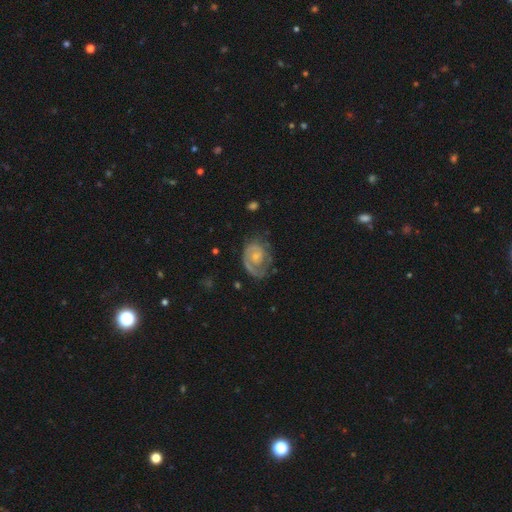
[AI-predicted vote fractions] Overall: featured or disk (72%). Edge-on disk: no (97%). Bar: no (75%). Spiral arms: yes (84%). Spiral arm count: 1 (49%; 2 28%). Spiral winding: tight (54%; medium 31%). Bulge size: small (61%; moderate 29%). Merging: none (55%; minor disturbance 24%).